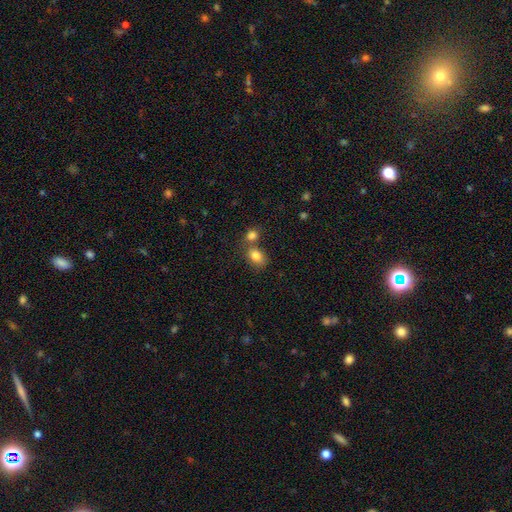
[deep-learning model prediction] This is clearly a smooth galaxy (83%). How rounded: likely in between (69%). Merging: possibly none (48%).